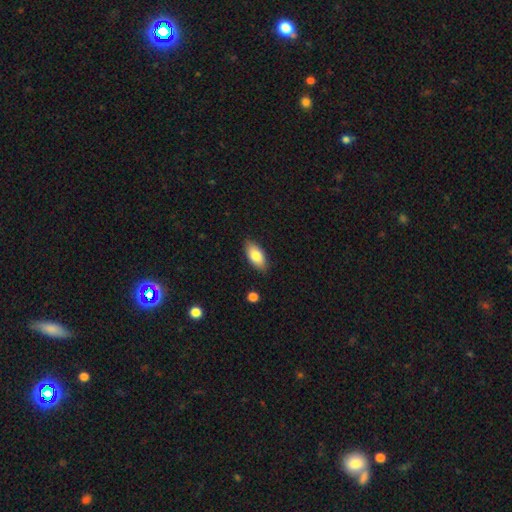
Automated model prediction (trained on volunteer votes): The model was most divided on "smooth or featured": smooth: 81%, featured or disk: 12%, star or artifact: 6%. More confident: how rounded — in between (91%); merging — none (86%).